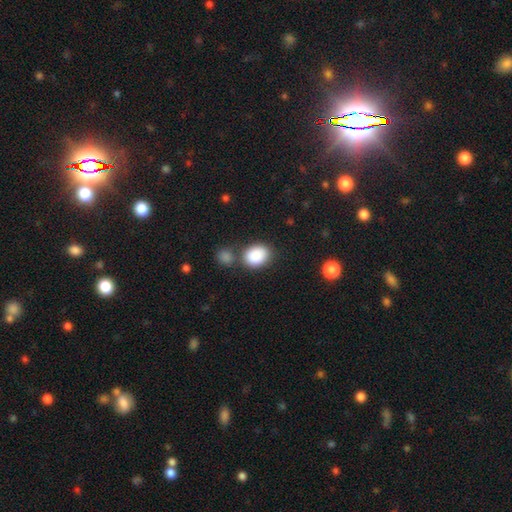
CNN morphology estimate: type=smooth (88%); roundness=in between (64%); merging=none (65%).